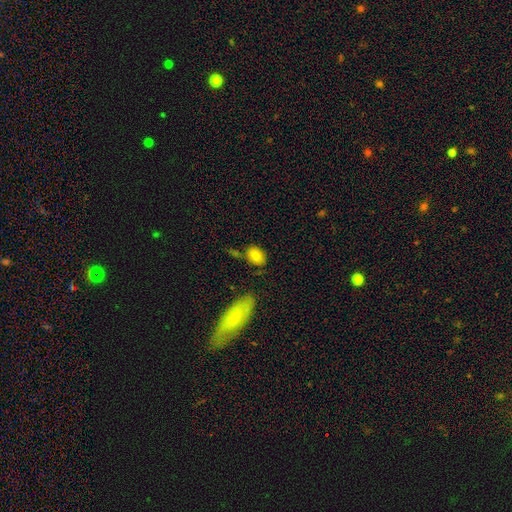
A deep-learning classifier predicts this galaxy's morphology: Smooth or featured? Predicted: smooth (p=0.81). How rounded? Predicted: in between (p=0.82). Merging? Predicted: none (p=0.68).